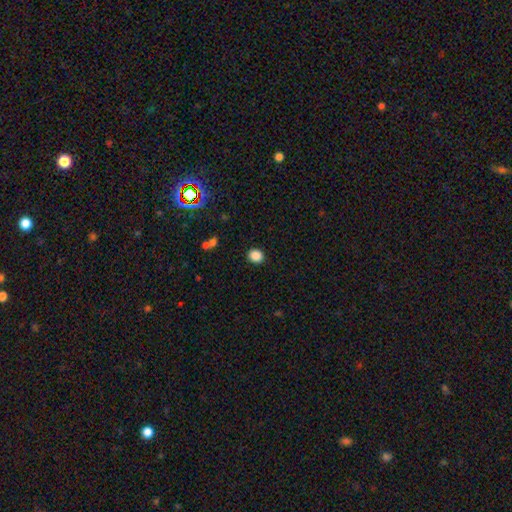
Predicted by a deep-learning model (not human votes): Q: Smooth or featured?
A: smooth (87%); runner-up: star or artifact (10%)
Q: How rounded?
A: round (74%); runner-up: in between (26%)
Q: Merging?
A: none (90%); runner-up: minor disturbance (6%)